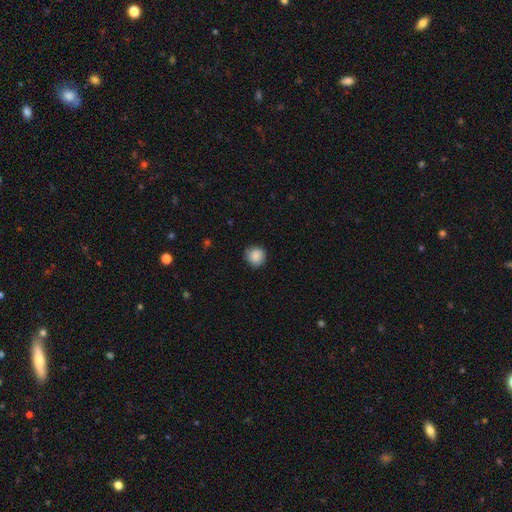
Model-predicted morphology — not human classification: smooth-or-featured: smooth: 88% | star or artifact: 8% | featured or disk: 4%
  how-rounded: round: 91% | in between: 8% | cigar-shaped: 1%
  merging: none: 82% | minor disturbance: 15% | major disturbance: 3% | merger: 1%